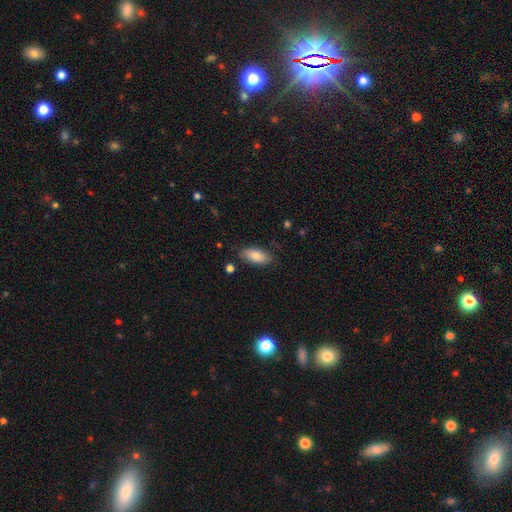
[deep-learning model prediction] Smooth or featured? Predicted: smooth (p=0.82). How rounded? Predicted: in between (p=0.88). Merging? Predicted: none (p=0.82).